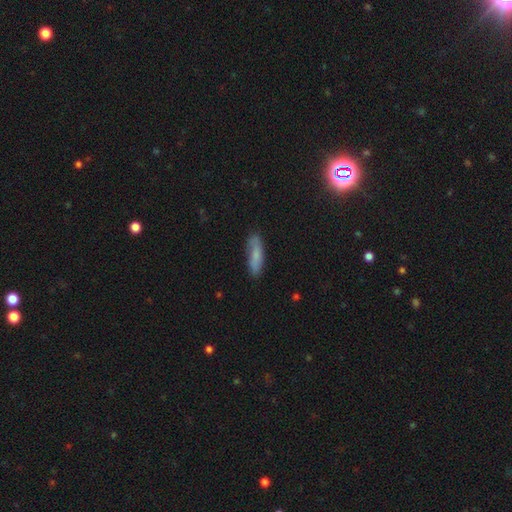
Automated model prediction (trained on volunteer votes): A smooth galaxy with no disk features (70%) that is cigar-shaped (57%).

Vote fractions:
- Smooth or featured? smooth: 70% / featured or disk: 22% / star or artifact: 8%
- How rounded? cigar-shaped: 57% / in between: 41% / round: 2%
- Merging? none: 77% / minor disturbance: 18% / major disturbance: 4% / merger: 2%